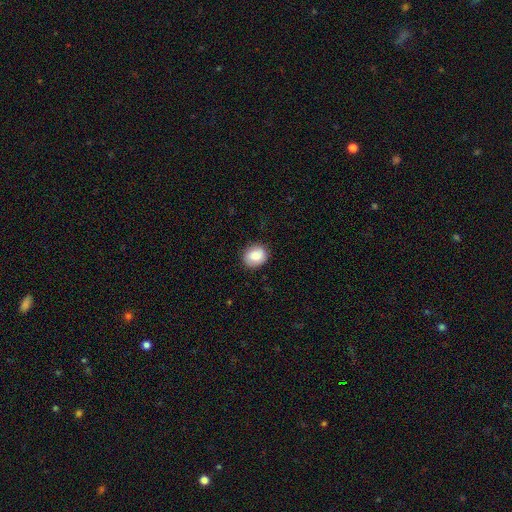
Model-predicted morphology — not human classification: smooth-or-featured: smooth: 85% | star or artifact: 8% | featured or disk: 7%
  how-rounded: round: 65% | in between: 35% | cigar-shaped: 1%
  merging: none: 85% | minor disturbance: 11% | major disturbance: 3% | merger: 1%